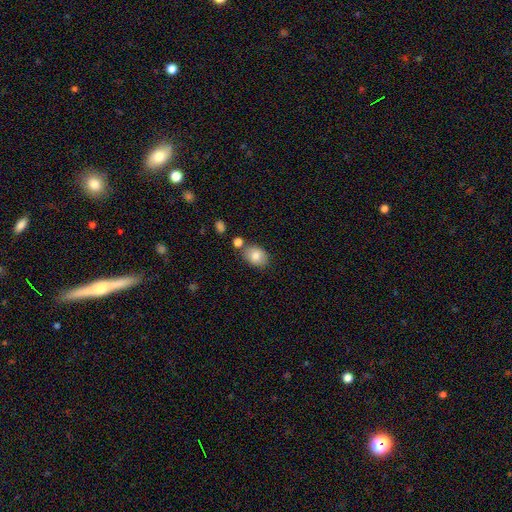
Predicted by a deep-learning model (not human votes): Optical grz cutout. It shows a smooth galaxy with no disk features (83%) that is in between round and cigar-shaped (72%). Merging: none (73%).